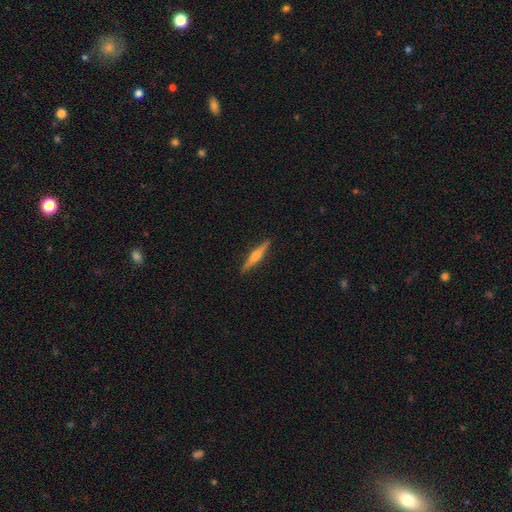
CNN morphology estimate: featured or disk 61%, smooth 33%, star or artifact 6%. Down the decision tree: edge-on disk — yes (98%); edge-on bulge — rounded (78%); merging — none (91%).